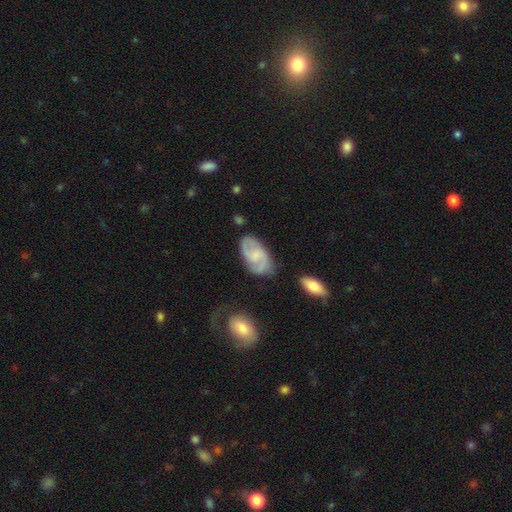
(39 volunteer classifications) Smooth or featured? featured or disk (74%)
Edge-on disk? no (86%)
Bar? weak (44%, tied with no)
Spiral arms? yes (76%)
Spiral winding? medium (68%)
Spiral arm count? 2 (95%)
Bulge size? none (40%)
Merging? none (63%)